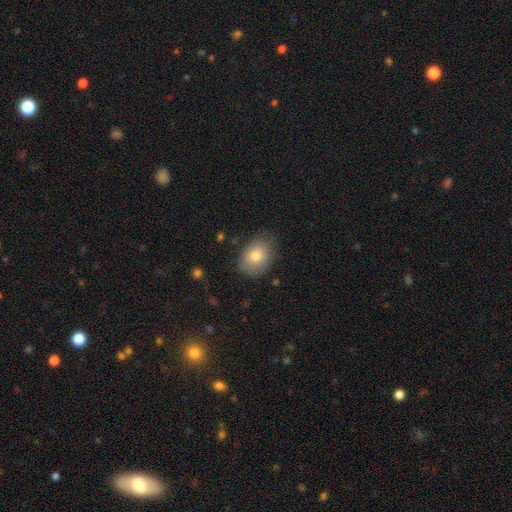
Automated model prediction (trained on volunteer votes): Smooth or featured? Predicted: smooth (p=0.76). How rounded? Predicted: in between (p=0.66). Merging? Predicted: none (p=0.74).